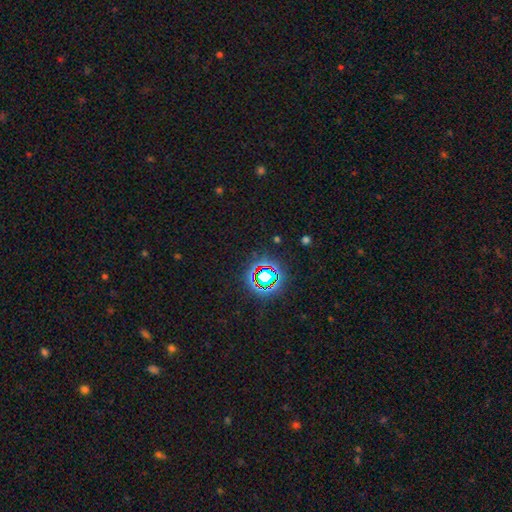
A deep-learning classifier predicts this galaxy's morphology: Smooth or featured: star or artifact — 74% (smooth — 17%)